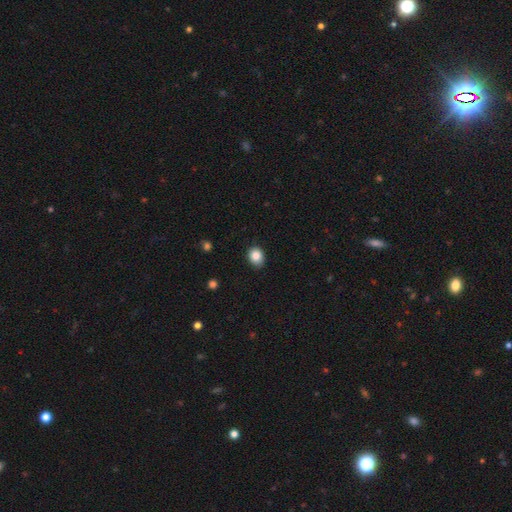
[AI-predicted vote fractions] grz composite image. It shows a smooth galaxy with no disk features (83%) that is round (54%). Merging: none (81%).